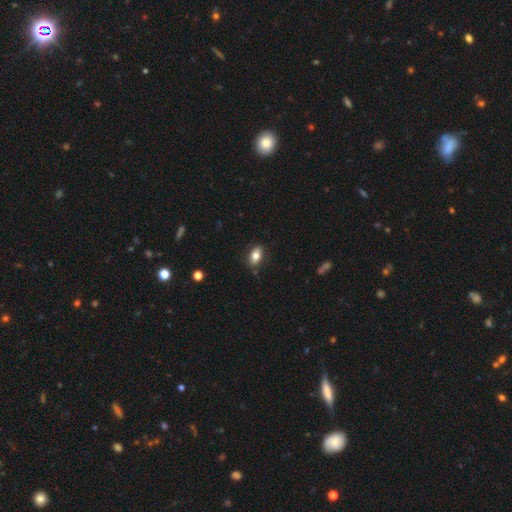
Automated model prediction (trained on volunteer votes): Overall: smooth (76%). How rounded: in between (86%). Merging: none (84%).